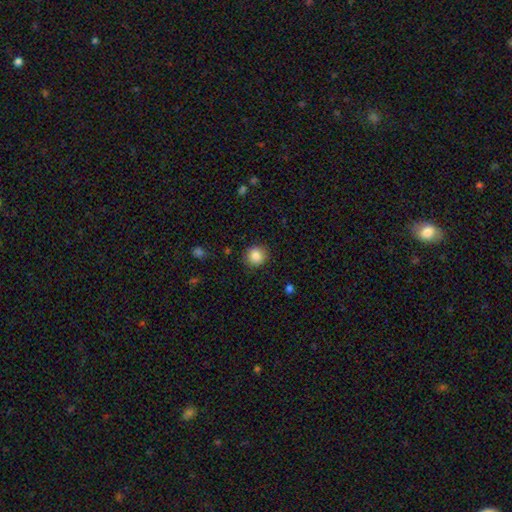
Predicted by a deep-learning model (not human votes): Q: Smooth or featured?
A: smooth (87%); runner-up: star or artifact (9%)
Q: How rounded?
A: round (90%); runner-up: in between (9%)
Q: Merging?
A: none (88%); runner-up: minor disturbance (8%)